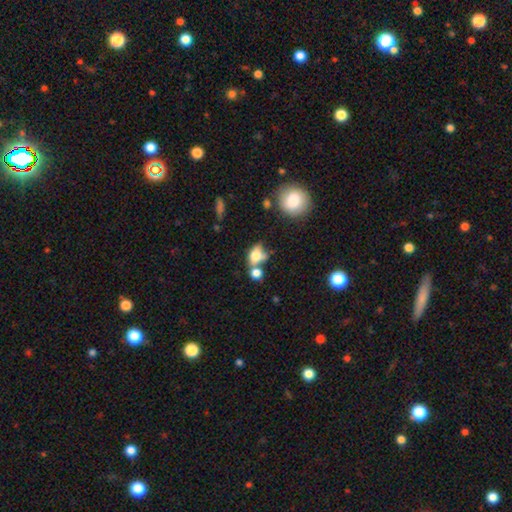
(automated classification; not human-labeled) smooth-or-featured: smooth: 71% | featured or disk: 18% | star or artifact: 11%
  how-rounded: in between: 65% | round: 31% | cigar-shaped: 4%
  merging: merger: 41% | none: 34% | minor disturbance: 15% | major disturbance: 10%